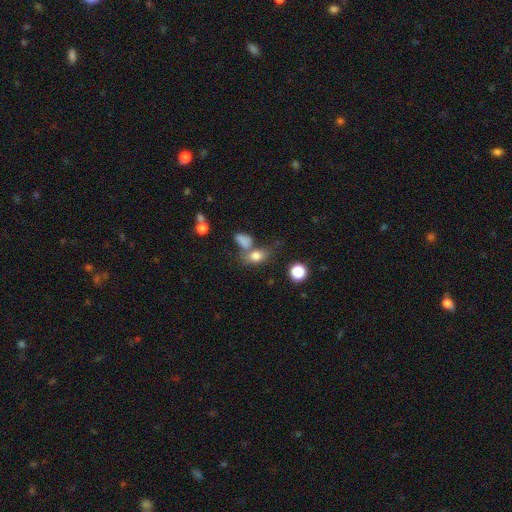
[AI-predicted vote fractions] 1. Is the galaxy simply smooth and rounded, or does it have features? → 75% smooth, 13% featured or disk, 12% star or artifact.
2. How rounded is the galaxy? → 75% in between, 21% round, 4% cigar-shaped.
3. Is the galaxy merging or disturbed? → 47% none, 29% merger, 15% minor disturbance, 9% major disturbance.